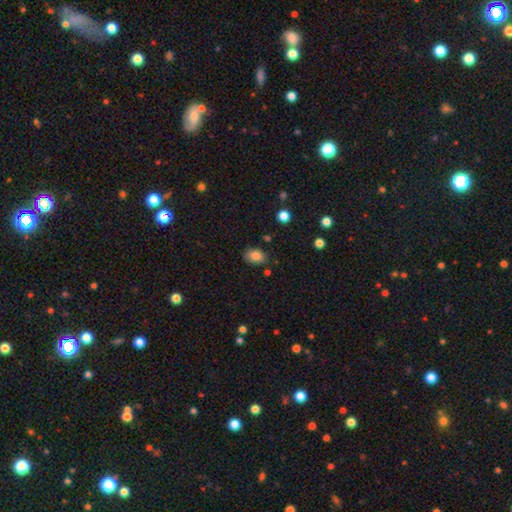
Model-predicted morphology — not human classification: This is clearly a smooth galaxy (85%). How rounded: likely in between (76%). Merging: clearly none (81%).